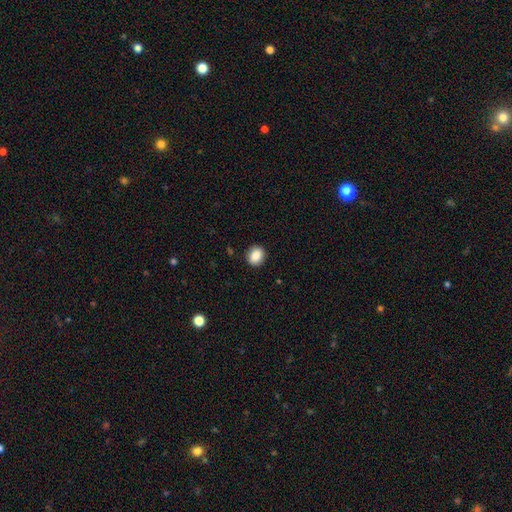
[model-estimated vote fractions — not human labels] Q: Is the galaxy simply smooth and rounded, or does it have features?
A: smooth — 87%.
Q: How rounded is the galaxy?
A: round — 69%.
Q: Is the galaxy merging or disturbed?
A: none — 91%.